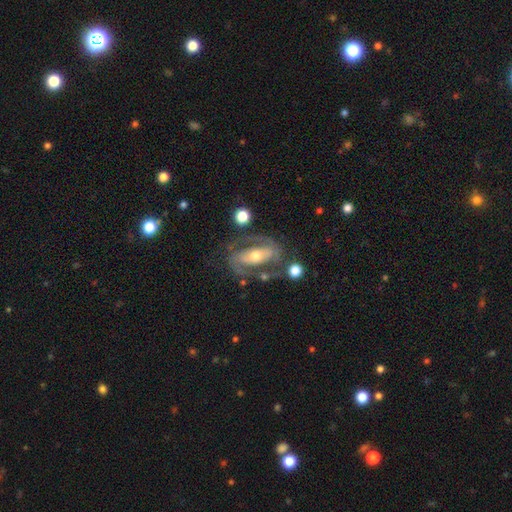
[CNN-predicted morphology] This is clearly a featured or disk galaxy (84%). It is clearly not viewed edge-on (94%). Bar: possibly strong (50%). Spiral arm pattern: clearly yes (87%). Spiral arm count: clearly 2 (86%). Spiral winding: possibly medium (46%). Central bulge: possibly moderate (58%). Merging: likely none (66%).